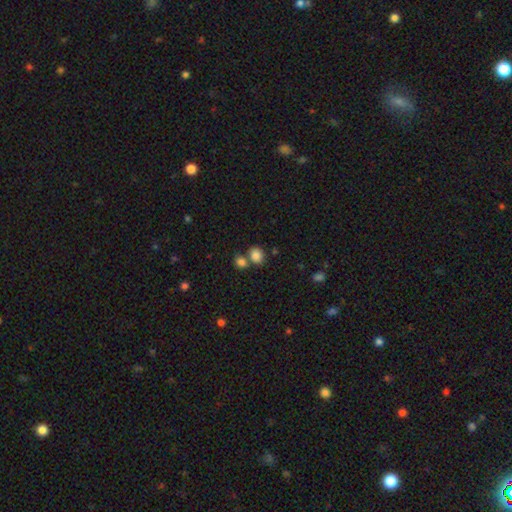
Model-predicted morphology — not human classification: type=smooth (84%); roundness=round (61%); merging=none (56%).